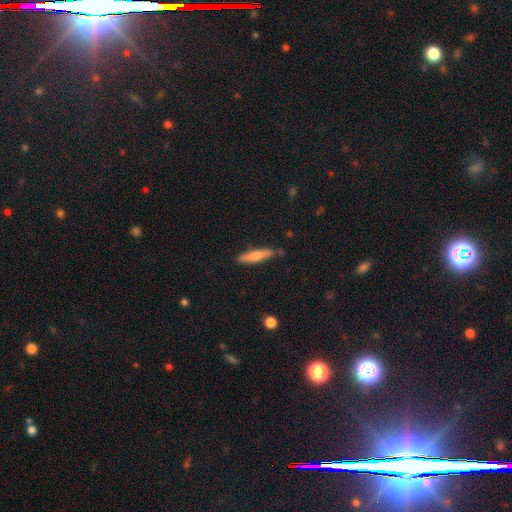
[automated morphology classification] Smooth or featured? Predicted: smooth (p=0.71). How rounded? Predicted: cigar-shaped (p=0.85). Merging? Predicted: none (p=0.79).